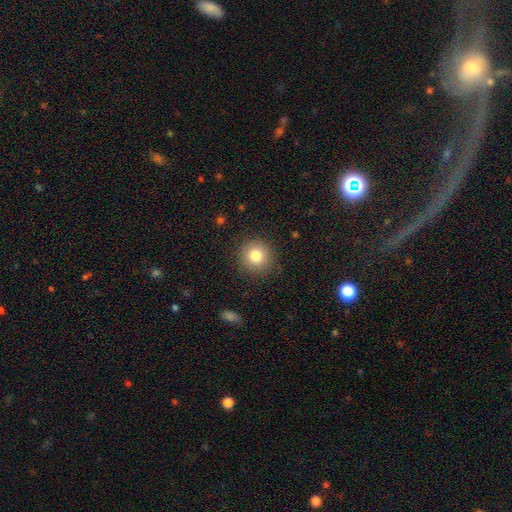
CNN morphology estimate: Smooth or featured? smooth (80%)
How rounded? round (93%)
Merging? none (89%)